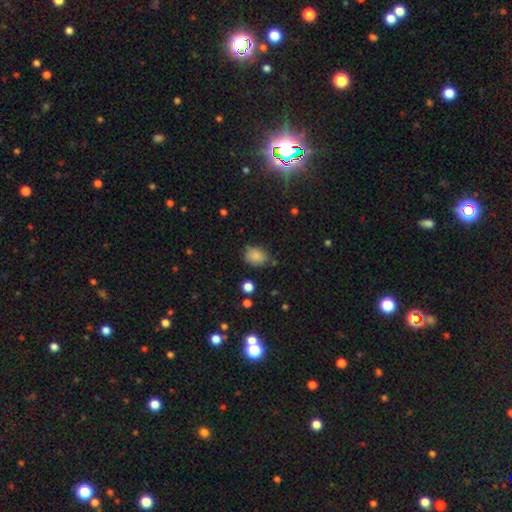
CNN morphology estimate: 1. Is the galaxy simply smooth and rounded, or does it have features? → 84% smooth, 9% star or artifact, 7% featured or disk.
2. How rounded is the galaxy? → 63% in between, 36% round, 1% cigar-shaped.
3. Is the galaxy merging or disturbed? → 69% none, 23% minor disturbance, 5% major disturbance, 3% merger.